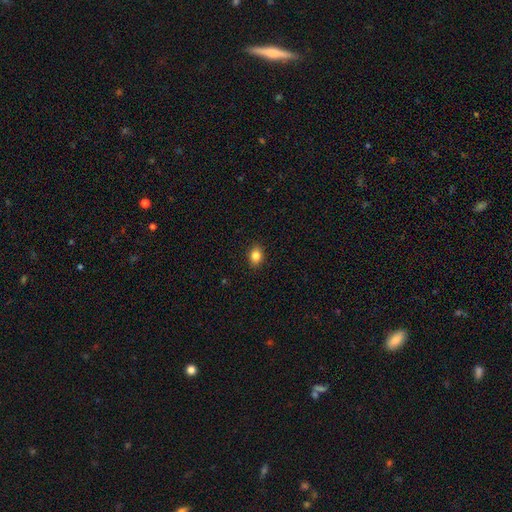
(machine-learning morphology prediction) This appears to be a smooth galaxy with no disk features (85%) that is in between round and cigar-shaped (62%). Merging: none (90%).